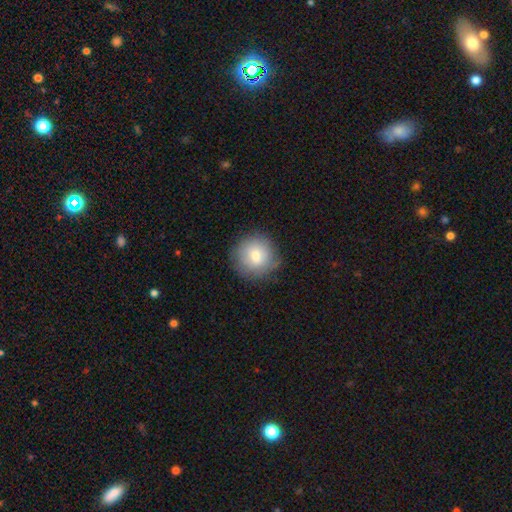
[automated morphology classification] smooth_or_featured: smooth (p=0.78) [alt: featured or disk p=0.13]
how_rounded: round (p=0.94) [alt: in between p=0.05]
merging: none (p=0.81) [alt: minor disturbance p=0.14]